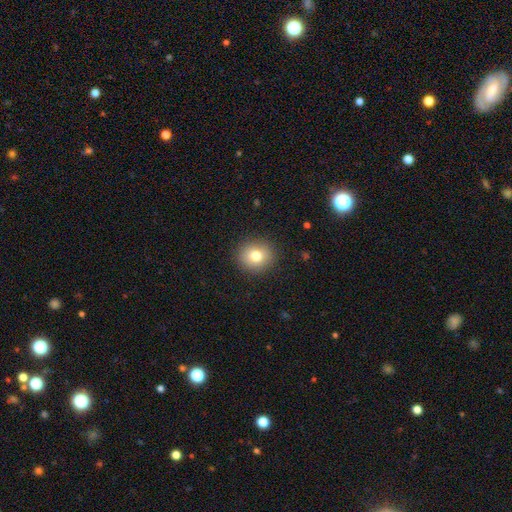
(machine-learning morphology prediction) The model was most divided on "smooth or featured": smooth: 78%, star or artifact: 11%, featured or disk: 11%. More confident: merging — none (90%); how rounded — round (86%).